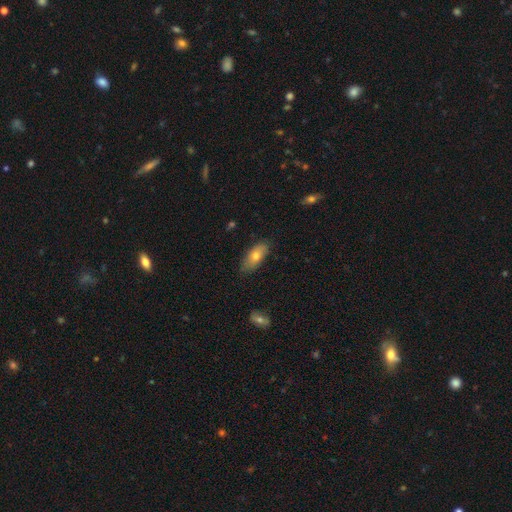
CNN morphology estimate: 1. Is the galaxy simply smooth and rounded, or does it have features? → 73% smooth, 20% featured or disk, 7% star or artifact.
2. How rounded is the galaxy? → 81% in between, 16% cigar-shaped, 3% round.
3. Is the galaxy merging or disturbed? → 78% none, 17% minor disturbance, 3% major disturbance, 1% merger.